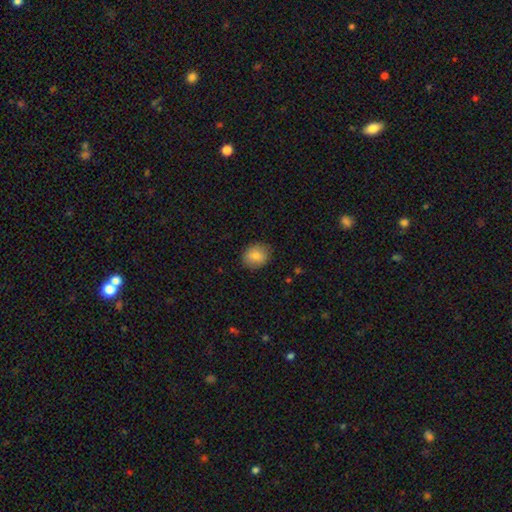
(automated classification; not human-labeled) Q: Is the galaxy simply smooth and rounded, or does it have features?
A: smooth — 83%.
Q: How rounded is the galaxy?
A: round — 57%.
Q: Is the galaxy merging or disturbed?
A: none — 86%.